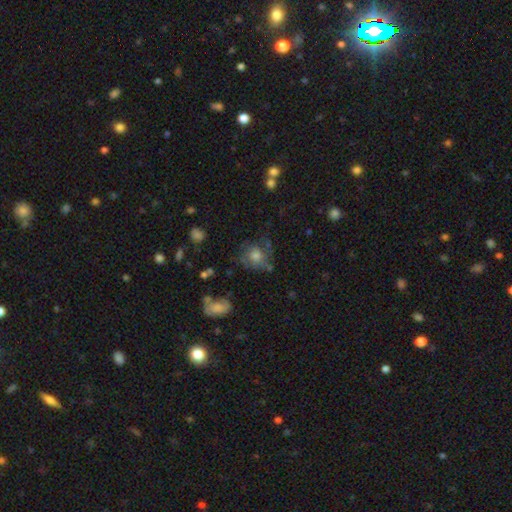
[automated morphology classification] smooth_or_featured: smooth (p=0.53) [alt: featured or disk p=0.31]
how_rounded: round (p=0.77) [alt: in between p=0.22]
merging: none (p=0.57) [alt: minor disturbance p=0.22]